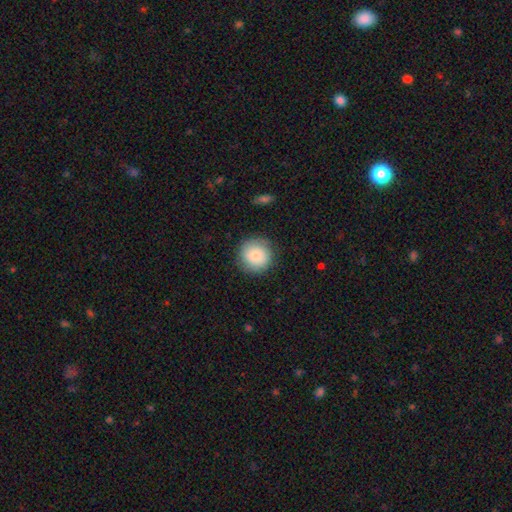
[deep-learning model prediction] Smooth or featured?
  - smooth: 82% *
  - featured or disk: 12%
  - star or artifact: 7%
How rounded?
  - round: 93% *
  - in between: 6%
  - cigar-shaped: 1%
Merging?
  - none: 85% *
  - minor disturbance: 10%
  - major disturbance: 3%
  - merger: 1%